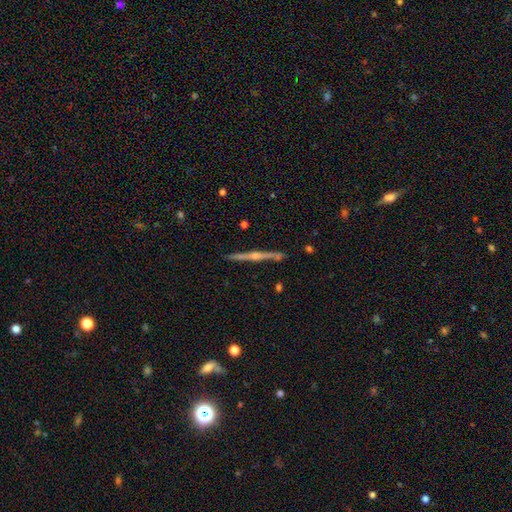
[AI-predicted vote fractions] smooth-or-featured: featured or disk: 82% | smooth: 12% | star or artifact: 6%
  disk-edge-on: yes: 98% | no: 2%
    edge-on-bulge: rounded: 85% | none: 8% | boxy: 7%
  merging: none: 88% | minor disturbance: 8% | merger: 2% | major disturbance: 2%